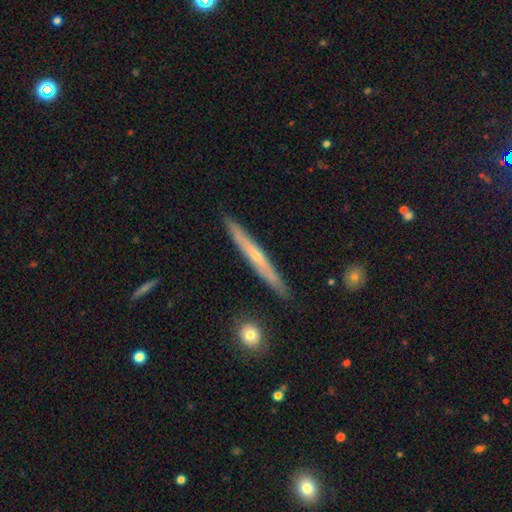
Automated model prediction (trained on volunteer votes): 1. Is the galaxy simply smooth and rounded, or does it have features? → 65% featured or disk, 28% smooth, 7% star or artifact.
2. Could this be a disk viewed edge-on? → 96% yes, 4% no.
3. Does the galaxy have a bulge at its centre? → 52% rounded, 46% none, 3% boxy.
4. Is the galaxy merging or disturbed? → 90% none, 8% minor disturbance, 1% merger, 1% major disturbance.